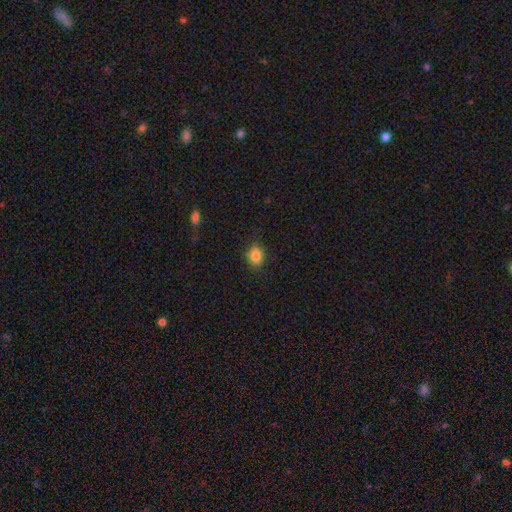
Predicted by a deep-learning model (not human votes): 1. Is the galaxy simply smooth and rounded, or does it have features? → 84% smooth, 10% star or artifact, 5% featured or disk.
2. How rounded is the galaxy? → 54% round, 45% in between, 1% cigar-shaped.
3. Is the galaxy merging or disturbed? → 82% none, 13% minor disturbance, 3% major disturbance, 1% merger.